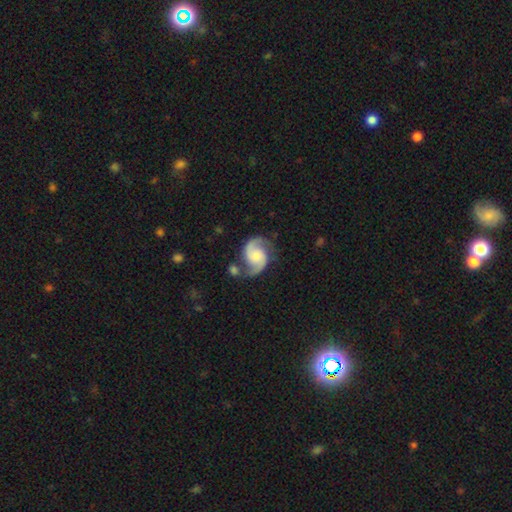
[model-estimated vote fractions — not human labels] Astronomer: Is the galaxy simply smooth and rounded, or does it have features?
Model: featured or disk — 89%.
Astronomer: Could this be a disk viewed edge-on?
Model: no — 98%.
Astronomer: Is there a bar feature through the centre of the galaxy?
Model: no — 59%.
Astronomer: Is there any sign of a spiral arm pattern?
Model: yes — 98%.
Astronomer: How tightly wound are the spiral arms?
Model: medium — 57%.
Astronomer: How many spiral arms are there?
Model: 2 — 94%.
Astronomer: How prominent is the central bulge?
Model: moderate — 42% (runner-up: small, 37%).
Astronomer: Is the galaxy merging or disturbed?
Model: none — 68%.